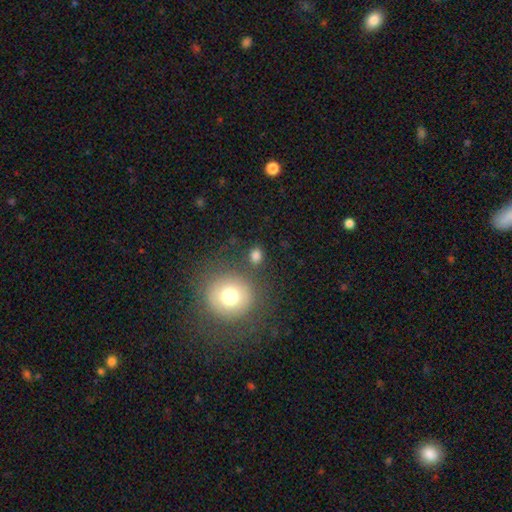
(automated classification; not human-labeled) Smooth or featured? Predicted: smooth (p=0.79). How rounded? Predicted: round (p=0.63). Merging? Predicted: none (p=0.77).